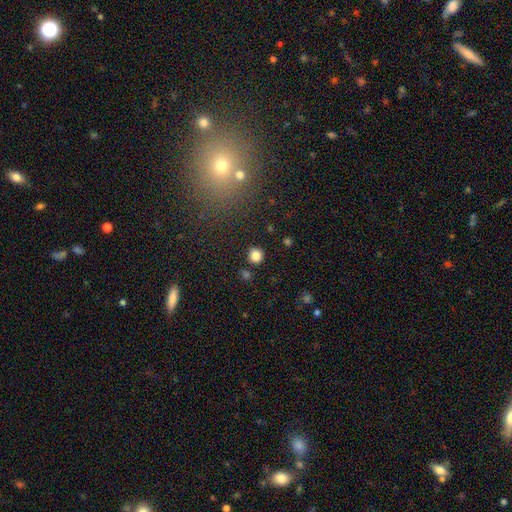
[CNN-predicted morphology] This is clearly a smooth galaxy (83%). How rounded: clearly round (89%). Merging: clearly none (88%).